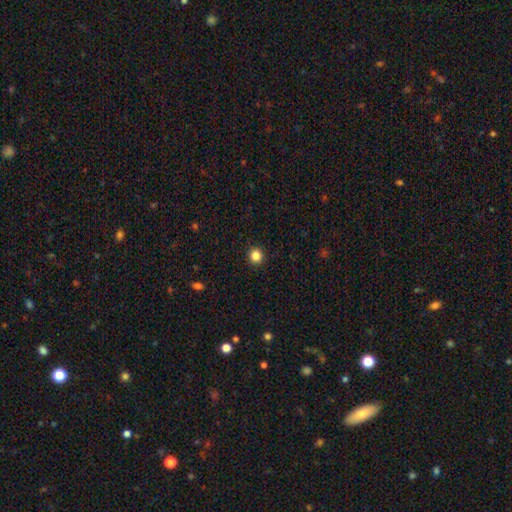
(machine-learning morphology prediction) Smooth or featured? Predicted: smooth (p=0.86). How rounded? Predicted: round (p=0.92). Merging? Predicted: none (p=0.93).